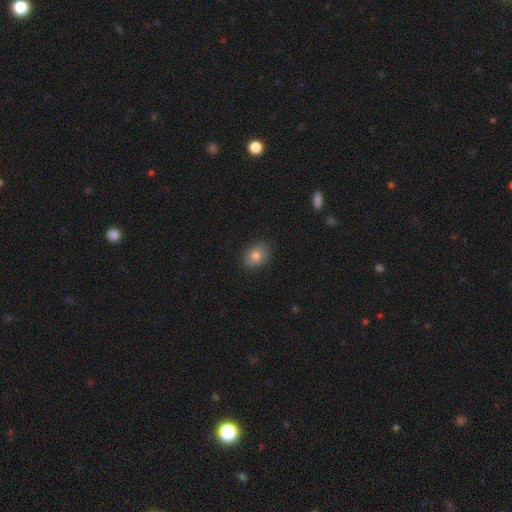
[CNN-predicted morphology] A smooth galaxy with no disk features (79%) that is in between round and cigar-shaped (62%). Merging: none (85%).